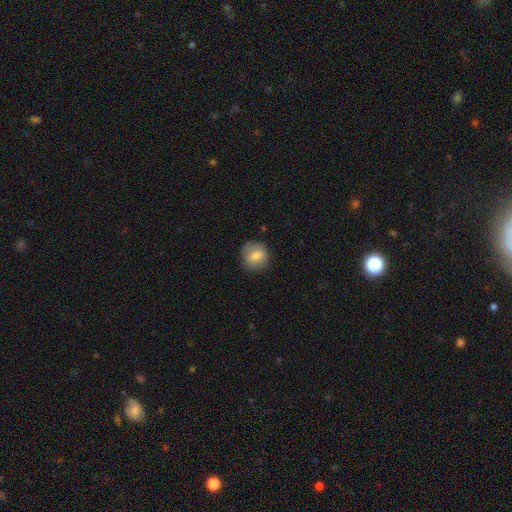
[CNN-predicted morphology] type=smooth (77%); roundness=round (87%); merging=none (83%).